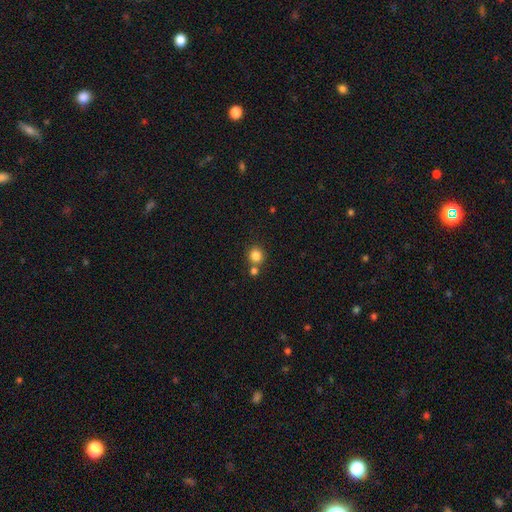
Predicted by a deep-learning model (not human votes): Overall: smooth (84%). How rounded: round (89%). Merging: none (69%).